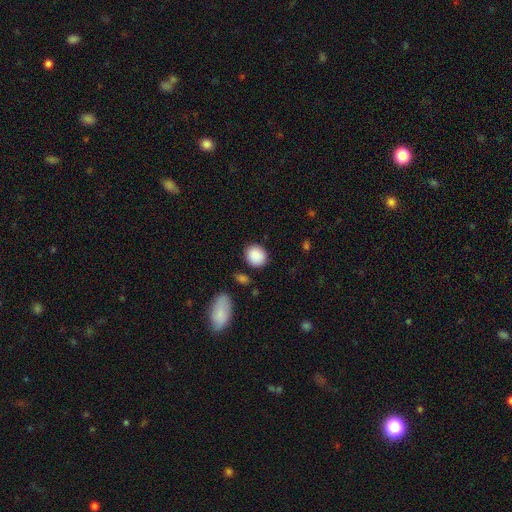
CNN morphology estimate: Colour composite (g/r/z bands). It shows a smooth galaxy with no disk features (89%) that is round (69%). Merging: none (82%).